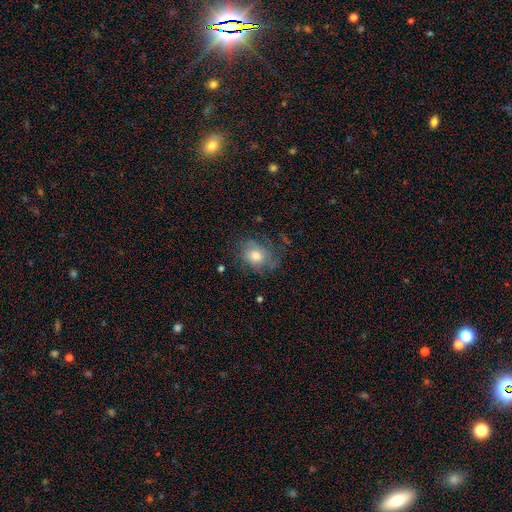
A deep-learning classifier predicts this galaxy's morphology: This is possibly a smooth galaxy (56%). How rounded: possibly round (52%). Merging: possibly none (58%).